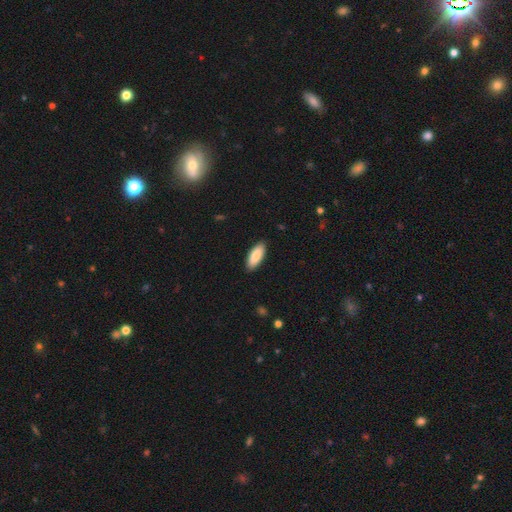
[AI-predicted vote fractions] Q: Smooth or featured?
A: smooth (87%); runner-up: featured or disk (7%)
Q: How rounded?
A: in between (77%); runner-up: cigar-shaped (21%)
Q: Merging?
A: none (89%); runner-up: minor disturbance (8%)